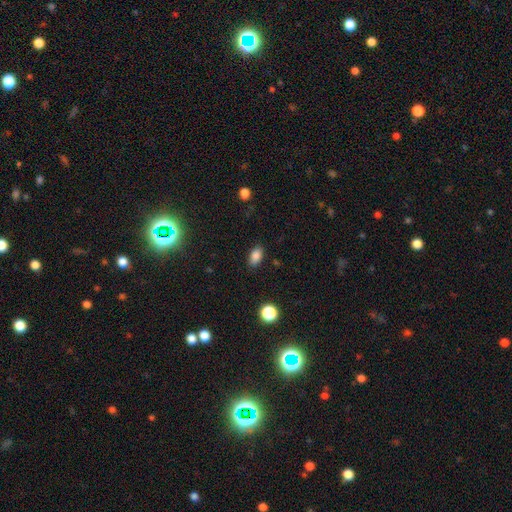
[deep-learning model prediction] The model was most divided on "merging": none: 85%, minor disturbance: 11%, major disturbance: 3%, merger: 1%. More confident: how rounded — in between (89%); smooth or featured — smooth (85%).